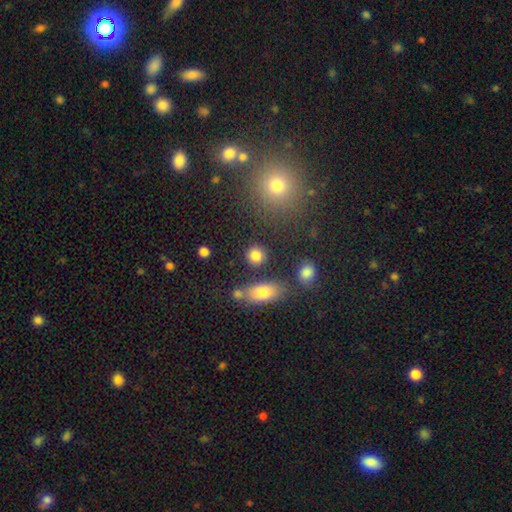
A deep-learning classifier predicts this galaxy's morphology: Q: Smooth or featured?
A: smooth (84%); runner-up: star or artifact (10%)
Q: How rounded?
A: round (82%); runner-up: in between (16%)
Q: Merging?
A: none (81%); runner-up: minor disturbance (9%)